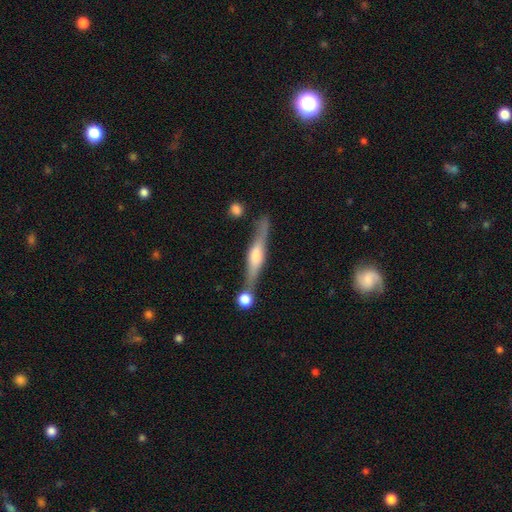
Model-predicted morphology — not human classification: Overall: featured or disk (73%). Edge-on disk: yes (96%). Edge-on bulge: rounded (78%). Merging: none (73%).